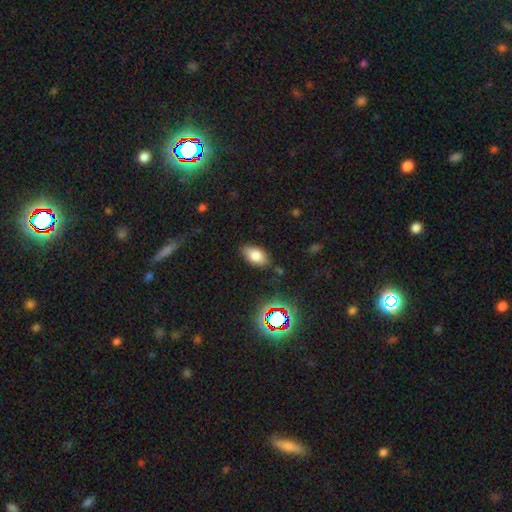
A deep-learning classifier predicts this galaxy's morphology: Smooth or featured? Predicted: smooth (p=0.77). How rounded? Predicted: in between (p=0.91). Merging? Predicted: none (p=0.81).